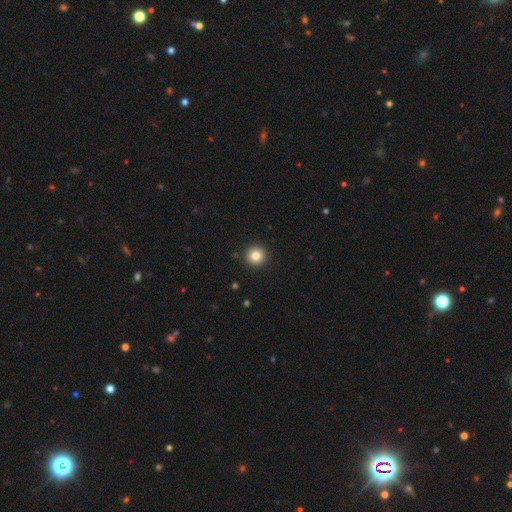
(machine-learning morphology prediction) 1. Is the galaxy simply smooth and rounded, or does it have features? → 84% smooth, 11% star or artifact, 6% featured or disk.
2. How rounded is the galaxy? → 95% round, 4% in between, 1% cigar-shaped.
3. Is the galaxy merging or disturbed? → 93% none, 5% minor disturbance, 2% major disturbance, 1% merger.